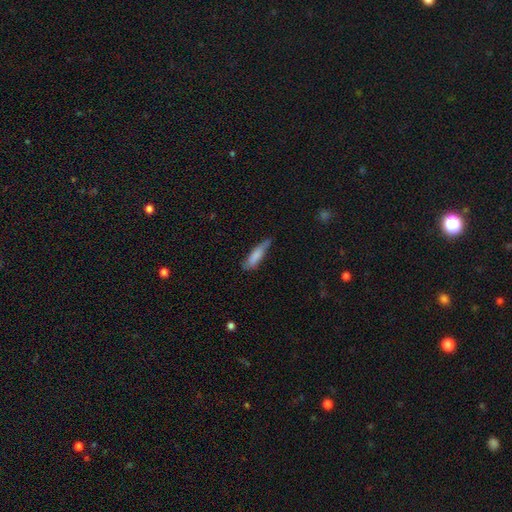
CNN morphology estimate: This appears to be a smooth galaxy with no disk features (79%) that is cigar-shaped (71%). Merging: none (49%).